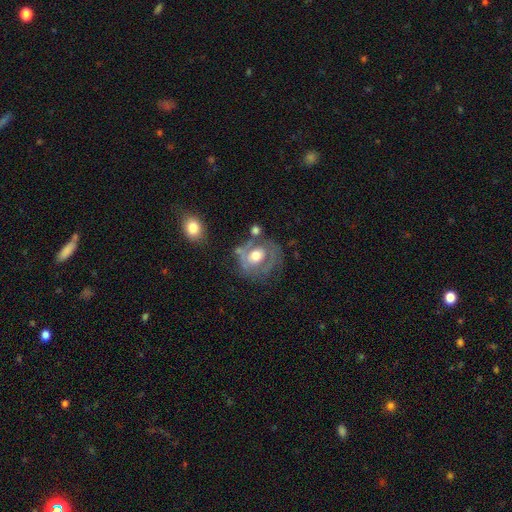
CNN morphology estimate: Q: Smooth or featured?
A: featured or disk (62%); runner-up: smooth (30%)
Q: Edge-on disk?
A: no (96%); runner-up: yes (4%)
Q: Bar?
A: no (73%); runner-up: weak (20%)
Q: Spiral arms?
A: no (53%); runner-up: yes (47%)
Q: Bulge size?
A: moderate (67%); runner-up: large (22%)
Q: Merging?
A: none (49%); runner-up: minor disturbance (22%)